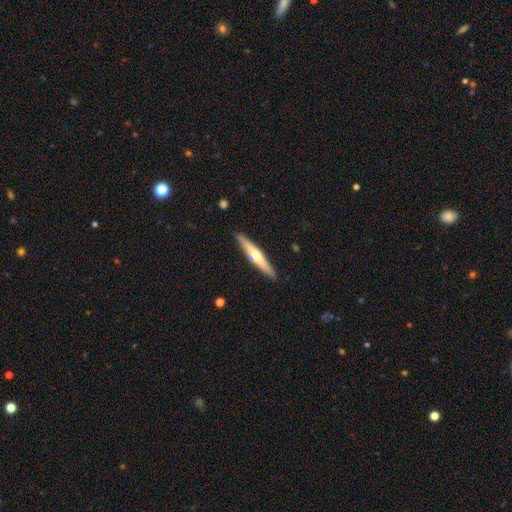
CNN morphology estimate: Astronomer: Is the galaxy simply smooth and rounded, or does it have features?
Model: featured or disk — 62%.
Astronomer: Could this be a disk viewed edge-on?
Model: yes — 96%.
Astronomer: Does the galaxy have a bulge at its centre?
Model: rounded — 92%.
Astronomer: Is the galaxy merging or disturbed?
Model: none — 91%.